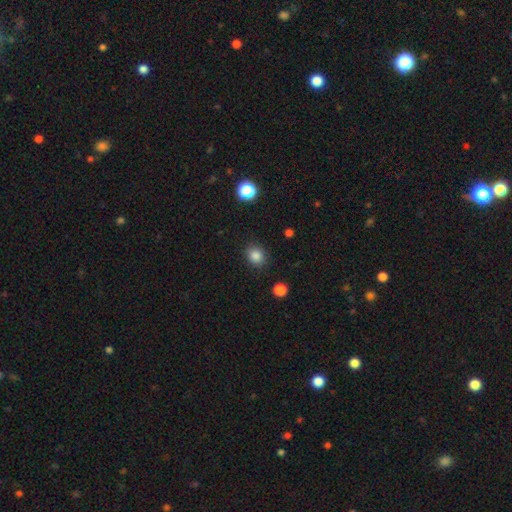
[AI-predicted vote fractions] Overall: smooth (85%). How rounded: round (68%; in between 31%). Merging: none (86%).